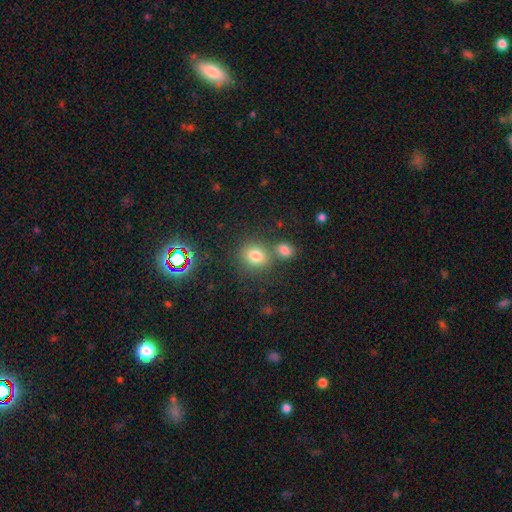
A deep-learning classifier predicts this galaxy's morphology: Overall: smooth (76%). How rounded: round (63%; in between 36%). Merging: none (61%; merger 24%).